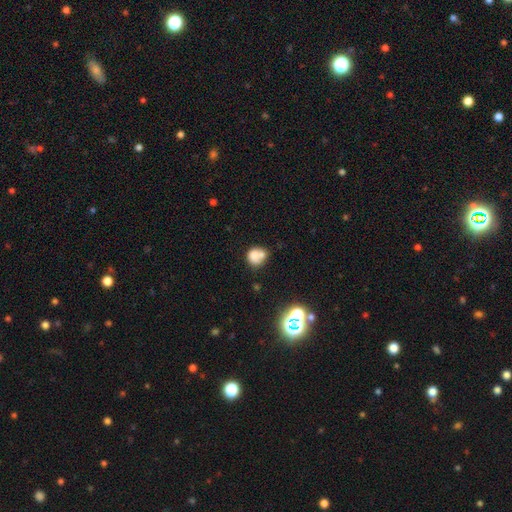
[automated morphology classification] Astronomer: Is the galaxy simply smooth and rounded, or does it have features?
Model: smooth — 74%.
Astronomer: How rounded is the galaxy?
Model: round — 74%.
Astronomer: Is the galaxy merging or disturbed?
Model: none — 41% (runner-up: merger, 34%).